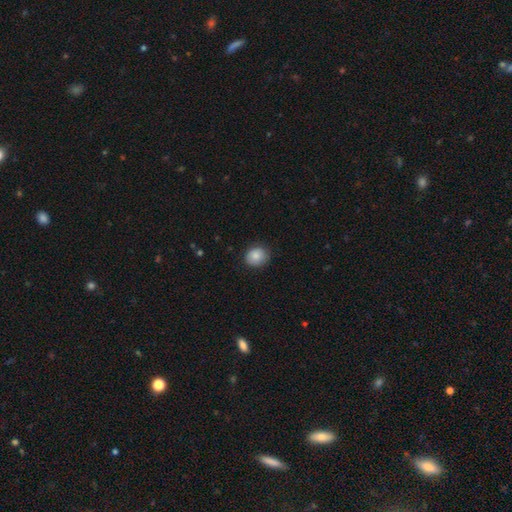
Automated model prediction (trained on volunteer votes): Smooth or featured?
  - smooth: 84% *
  - star or artifact: 8%
  - featured or disk: 8%
How rounded?
  - round: 70% *
  - in between: 29%
  - cigar-shaped: 1%
Merging?
  - none: 82% *
  - minor disturbance: 14%
  - major disturbance: 3%
  - merger: 1%